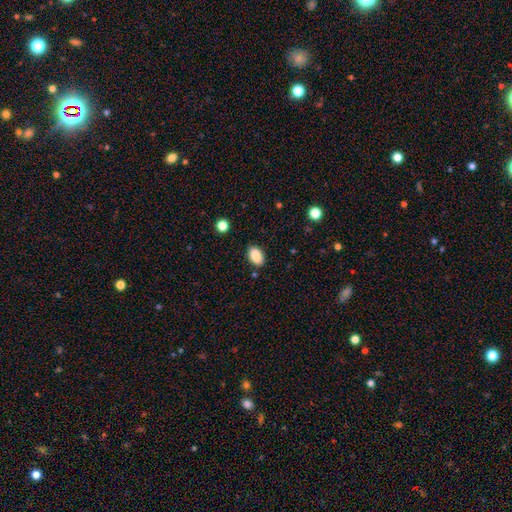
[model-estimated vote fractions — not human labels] This is clearly a smooth galaxy (87%). How rounded: clearly in between (91%). Merging: clearly none (85%).